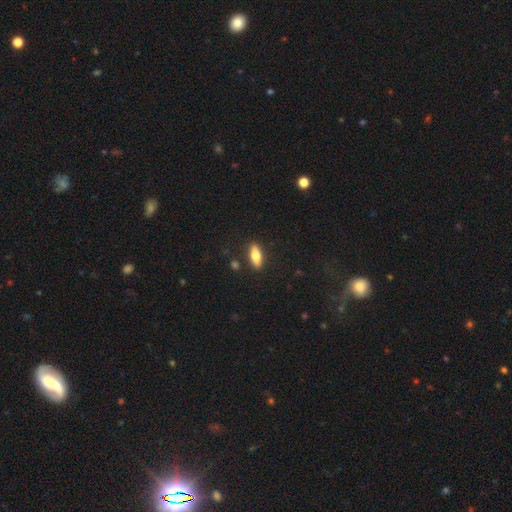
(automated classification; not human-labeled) Q: Smooth or featured?
A: smooth (67%); runner-up: featured or disk (27%)
Q: How rounded?
A: in between (64%); runner-up: cigar-shaped (33%)
Q: Merging?
A: none (87%); runner-up: minor disturbance (9%)